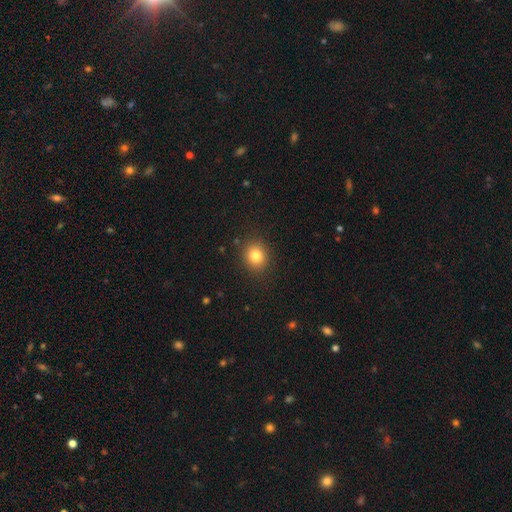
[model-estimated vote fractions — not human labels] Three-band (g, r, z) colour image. It shows a smooth galaxy with no disk features (82%) that is round (78%). Merging: none (88%).